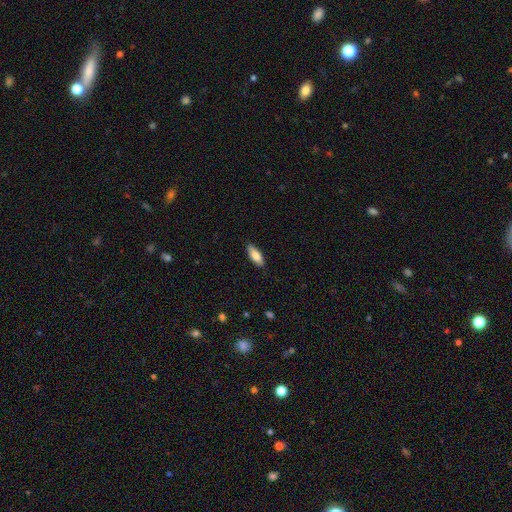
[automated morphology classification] A smooth galaxy with no disk features (84%) that is in between round and cigar-shaped (73%). Merging: none (87%).